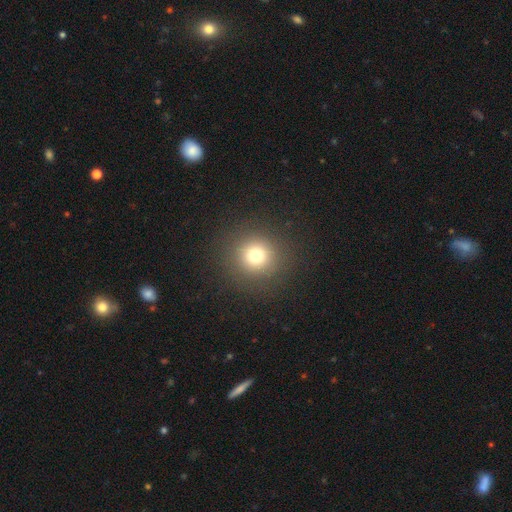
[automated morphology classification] Smooth or featured: smooth — 74% (star or artifact — 17%)
How rounded: round — 94% (in between — 5%)
Merging: none — 90% (minor disturbance — 5%)